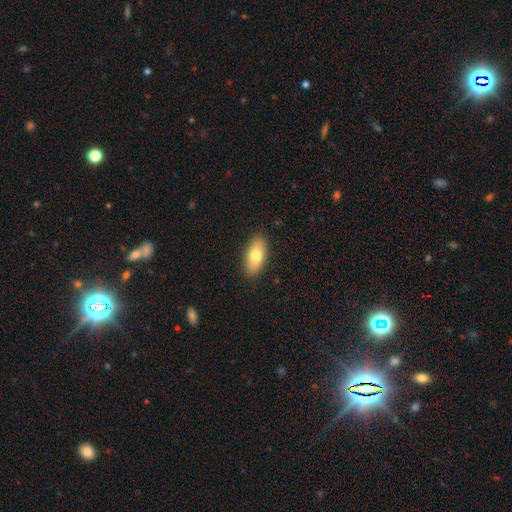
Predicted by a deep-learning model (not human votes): A smooth galaxy with no disk features (75%) that is in between round and cigar-shaped (88%). Merging: none (89%).